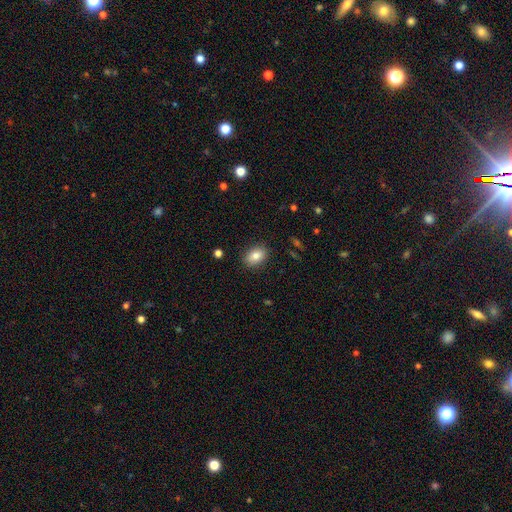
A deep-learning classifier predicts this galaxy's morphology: smooth 82%, featured or disk 9%, star or artifact 8%. Down the decision tree: how rounded — in between (79%); merging — none (87%).